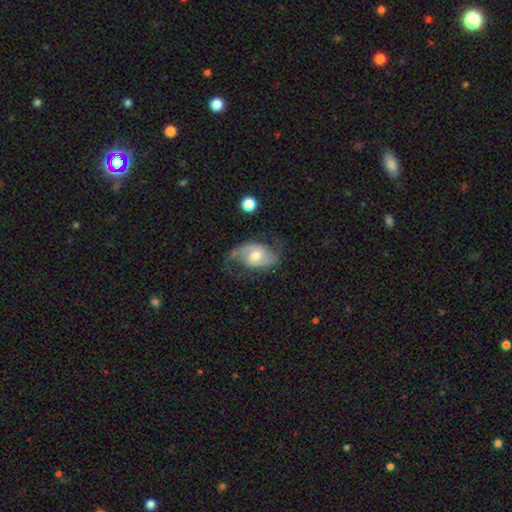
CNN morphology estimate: This appears to be a featured or disk galaxy (77%) with no bar (54%), 2 (85%) loose (46%) spiral arms (93%) and a moderate central bulge (66%). Merging: none (59%).